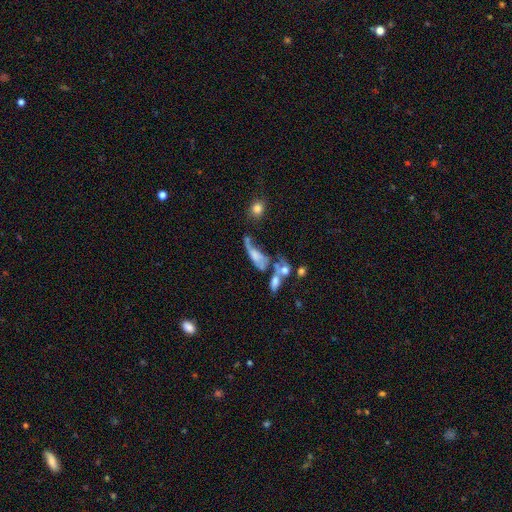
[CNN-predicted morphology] This is possibly a featured or disk galaxy (48%). Merging: marginally merger (41%).